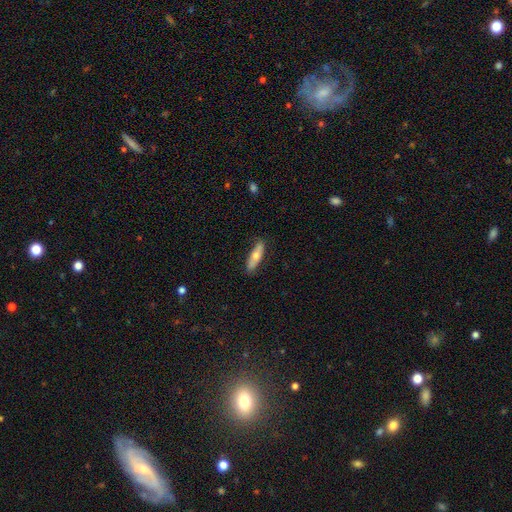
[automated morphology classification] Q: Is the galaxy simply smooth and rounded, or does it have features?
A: smooth — 62%.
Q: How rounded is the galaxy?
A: cigar-shaped — 58%.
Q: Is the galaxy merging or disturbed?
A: none — 83%.